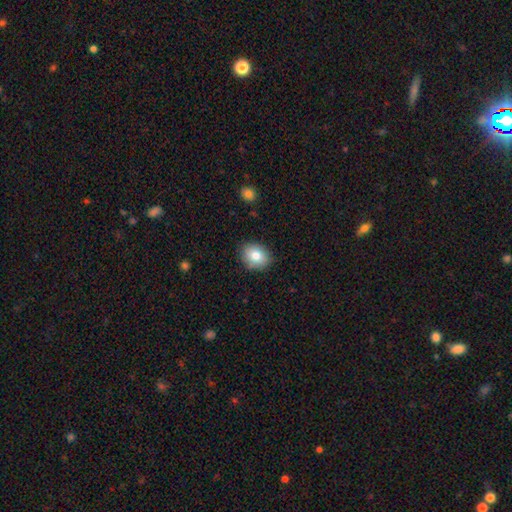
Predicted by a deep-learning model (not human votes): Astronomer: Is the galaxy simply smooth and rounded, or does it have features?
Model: smooth — 81%.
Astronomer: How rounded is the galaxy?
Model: round — 50% (runner-up: in between, 49%).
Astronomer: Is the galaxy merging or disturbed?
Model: none — 85%.